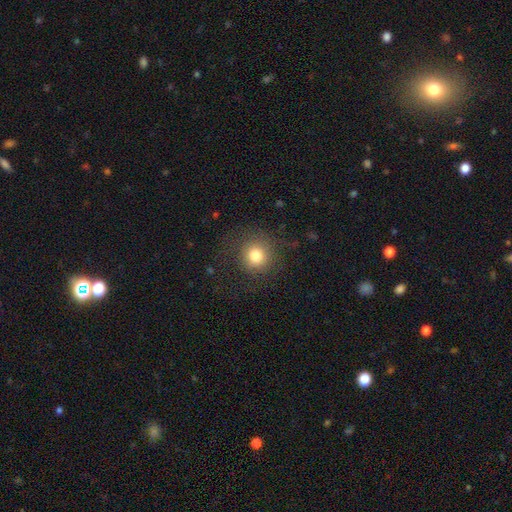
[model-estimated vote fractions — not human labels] A smooth galaxy with no disk features (80%) that is round (91%). Merging: none (80%).